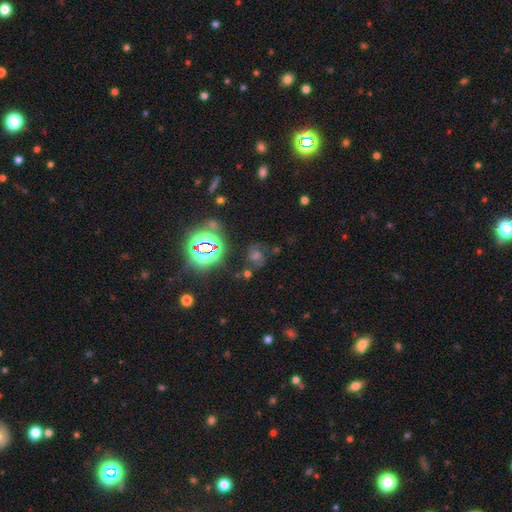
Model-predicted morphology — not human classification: smooth_or_featured: star or artifact (p=0.52) [alt: featured or disk p=0.26]